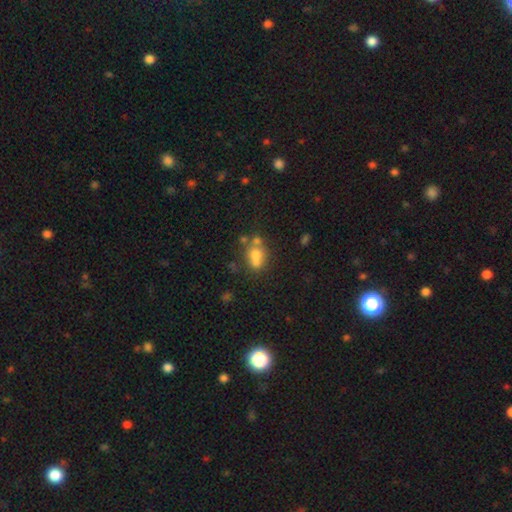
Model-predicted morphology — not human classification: The model was most divided on "merging": merger: 44%, none: 37%, minor disturbance: 12%, major disturbance: 7%. More confident: smooth or featured — smooth (62%); how rounded — round (55%).